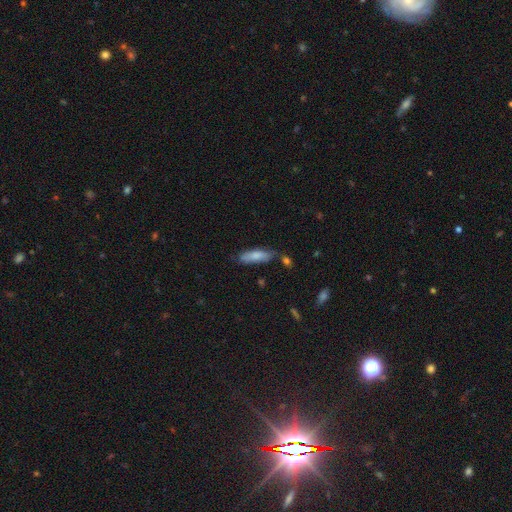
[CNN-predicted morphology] Smooth or featured: smooth — 79% (featured or disk — 15%)
How rounded: cigar-shaped — 52% (in between — 46%)
Merging: none — 65% (minor disturbance — 22%)